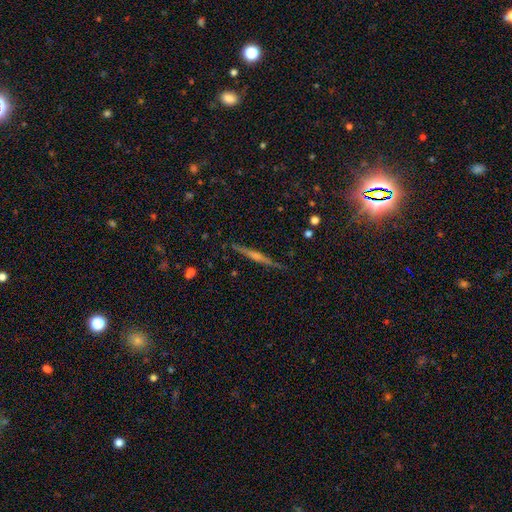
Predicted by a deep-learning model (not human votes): smooth_or_featured: featured or disk (p=0.71) [alt: smooth p=0.20]
disk_edge_on: yes (p=0.98) [alt: no p=0.02]
edge_on_bulge: rounded (p=0.61) [alt: none p=0.23]
merging: none (p=0.90) [alt: minor disturbance p=0.07]